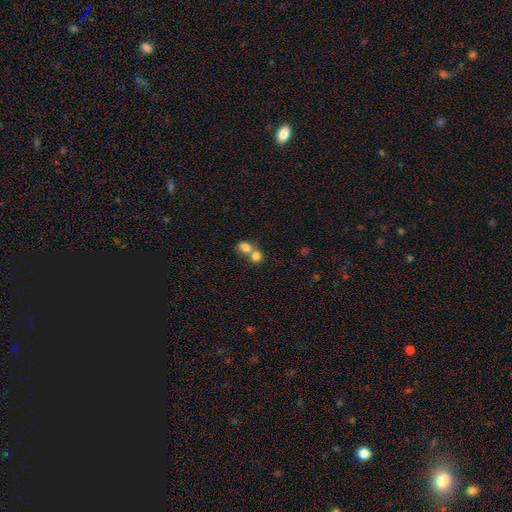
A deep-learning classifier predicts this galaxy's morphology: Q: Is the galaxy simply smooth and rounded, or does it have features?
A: smooth — 79%.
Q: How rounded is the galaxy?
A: round — 66%.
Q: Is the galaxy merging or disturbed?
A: merger — 66%.